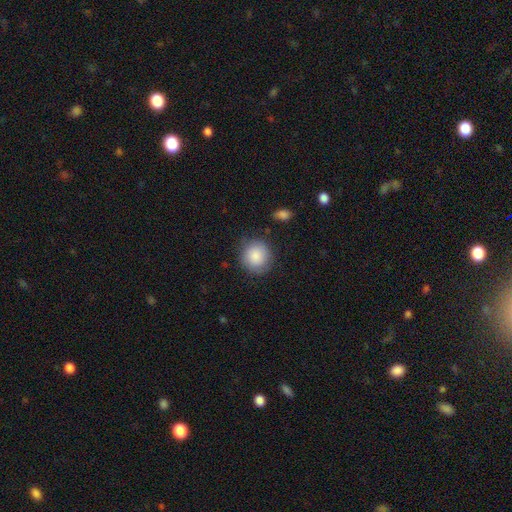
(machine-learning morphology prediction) Smooth or featured? Predicted: smooth (p=0.87). How rounded? Predicted: round (p=0.87). Merging? Predicted: none (p=0.82).